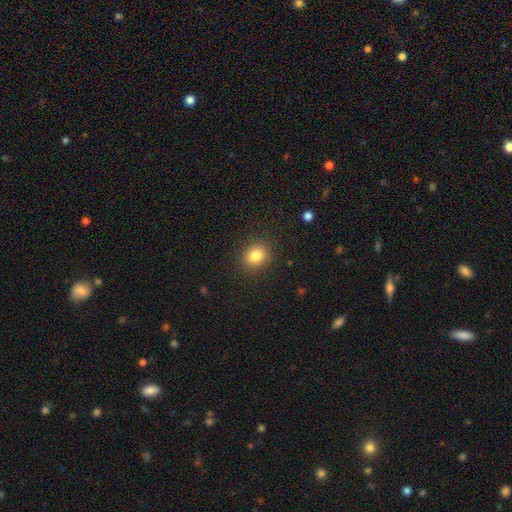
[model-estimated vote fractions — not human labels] Smooth or featured: smooth — 83% (star or artifact — 11%)
How rounded: round — 63% (in between — 36%)
Merging: none — 88% (minor disturbance — 8%)